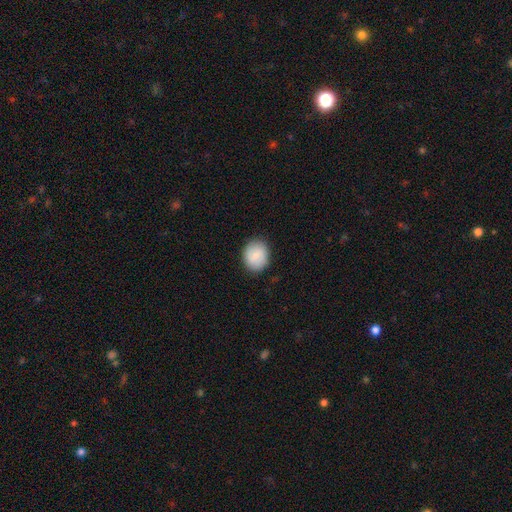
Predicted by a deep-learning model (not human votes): A smooth galaxy with no disk features (81%) that is round (62%). Merging: none (86%).